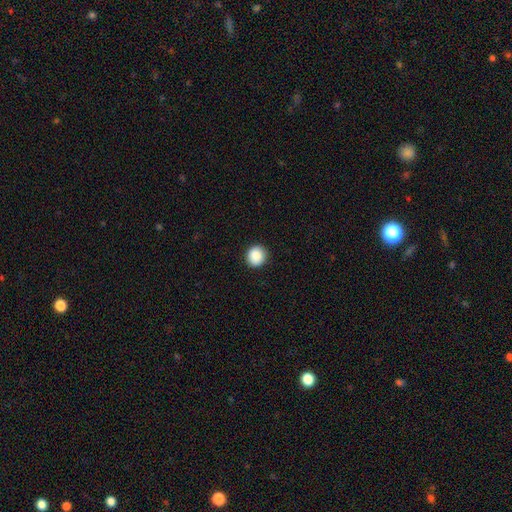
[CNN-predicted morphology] A smooth galaxy with no disk features (89%) that is round (89%).

Vote fractions:
- Smooth or featured? smooth: 89% / star or artifact: 8% / featured or disk: 3%
- How rounded? round: 89% / in between: 10% / cigar-shaped: 1%
- Merging? none: 91% / minor disturbance: 6% / major disturbance: 2% / merger: 1%